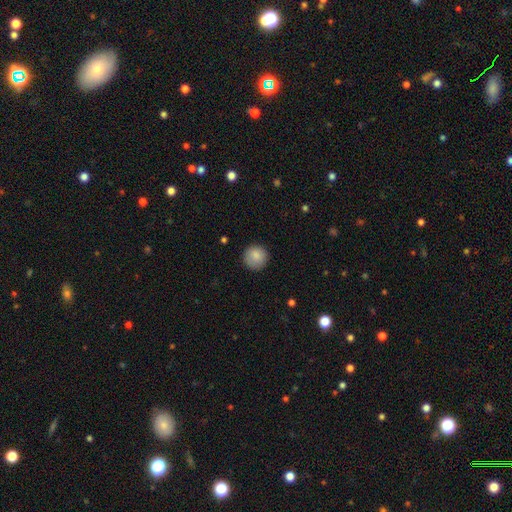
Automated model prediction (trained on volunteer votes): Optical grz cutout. It shows a smooth galaxy with no disk features (87%) that is round (93%). Merging: none (87%).